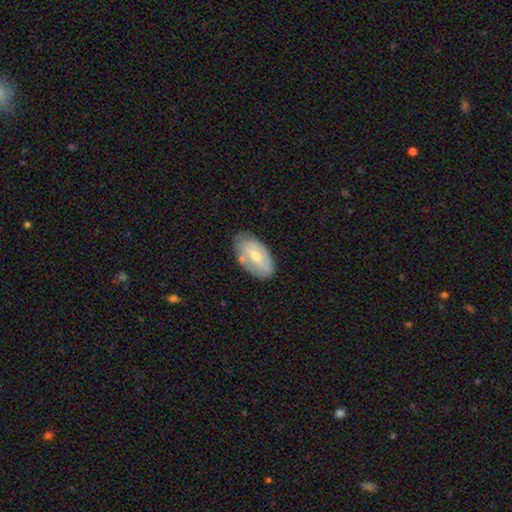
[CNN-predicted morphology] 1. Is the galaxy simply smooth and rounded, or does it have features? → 48% featured or disk, 46% smooth, 6% star or artifact.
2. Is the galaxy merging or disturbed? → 67% none, 22% minor disturbance, 6% merger, 5% major disturbance.